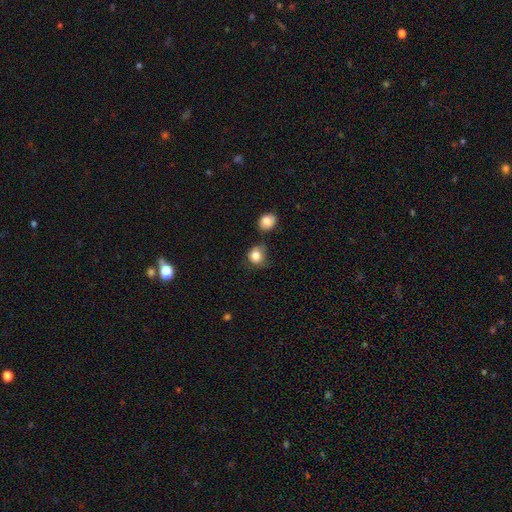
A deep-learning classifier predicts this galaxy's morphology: smooth 83%, star or artifact 10%, featured or disk 8%. Down the decision tree: how rounded — round (79%); merging — none (57%).